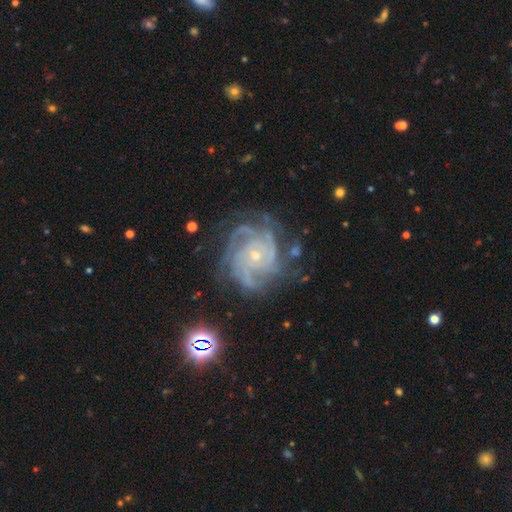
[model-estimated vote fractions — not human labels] The model was most divided on "spiral arm count": 4: 30%, 3: 24%, can't tell: 18%, more than 4: 11%, 2: 10%, 1: 7%. More confident: spiral arms — yes (98%); edge-on disk — no (98%); smooth or featured — featured or disk (89%); bar — no (72%); bulge size — small (71%); merging — none (69%); spiral winding — tight (67%).